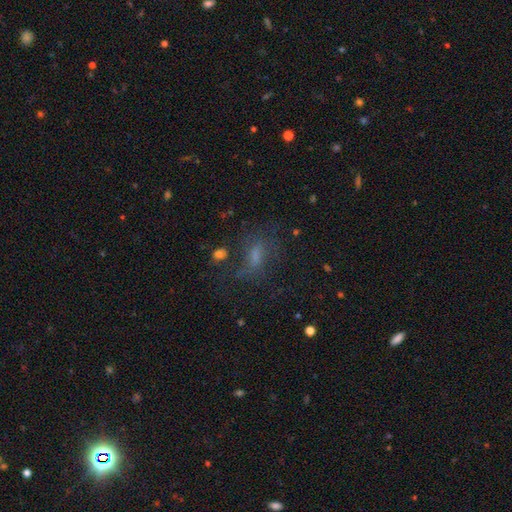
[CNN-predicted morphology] The model was most divided on "smooth or featured": smooth: 48%, featured or disk: 29%, star or artifact: 23%. More confident: merging — none (55%).